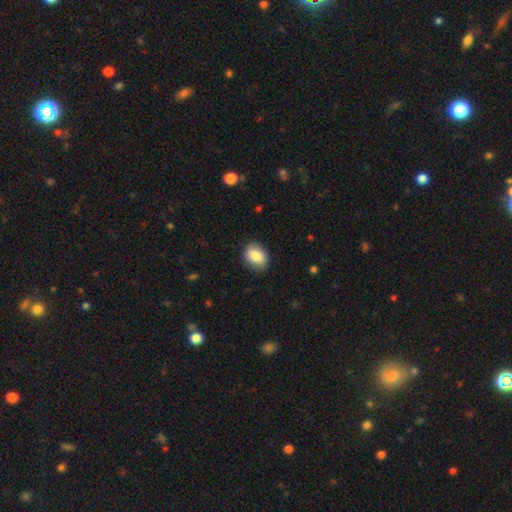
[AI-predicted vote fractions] A smooth galaxy with no disk features (84%) that is in between round and cigar-shaped (64%). Merging: none (85%).